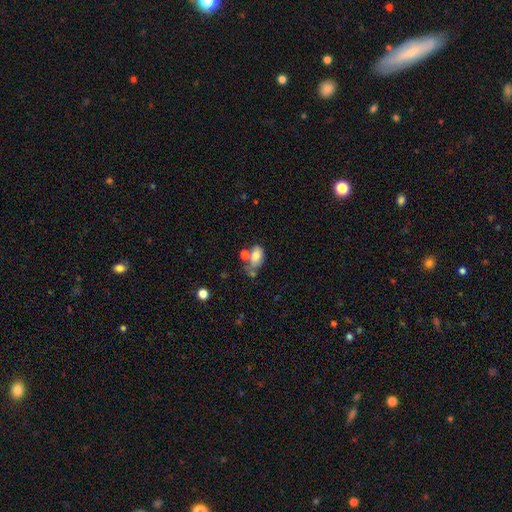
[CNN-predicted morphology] A smooth galaxy with no disk features (71%) that is in between round and cigar-shaped (87%). Merging: merger (34%).